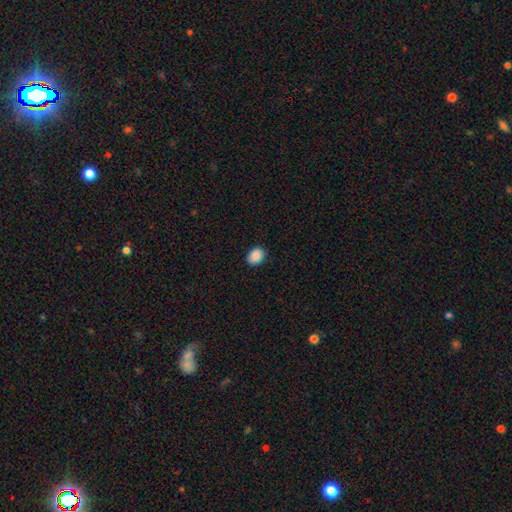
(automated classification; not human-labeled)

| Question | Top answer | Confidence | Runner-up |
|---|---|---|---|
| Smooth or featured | smooth | 89% | star or artifact (8%) |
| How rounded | in between | 64% | round (35%) |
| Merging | none | 89% | minor disturbance (8%) |